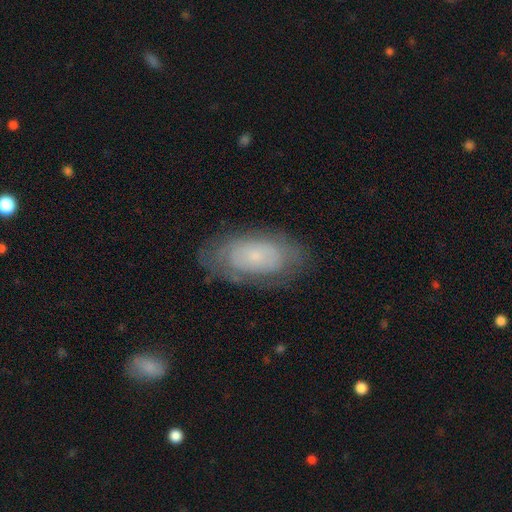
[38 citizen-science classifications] Morphology: type=featured or disk (68%); edge-on=no (92%); bar=no (88%); spiral arms=no (75%); bulge=small (75%); merging=none (82%).